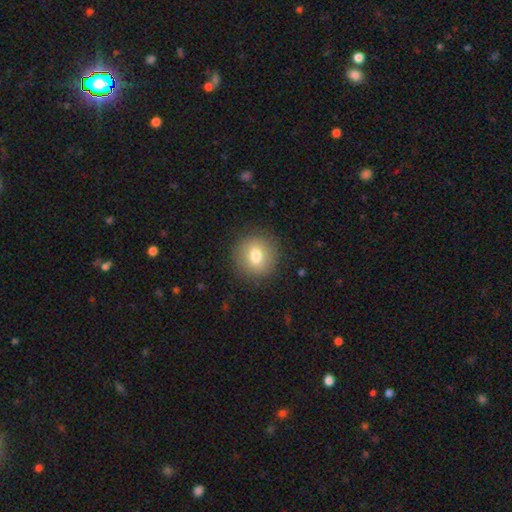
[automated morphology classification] Smooth or featured? Predicted: smooth (p=0.78). How rounded? Predicted: round (p=0.92). Merging? Predicted: none (p=0.88).